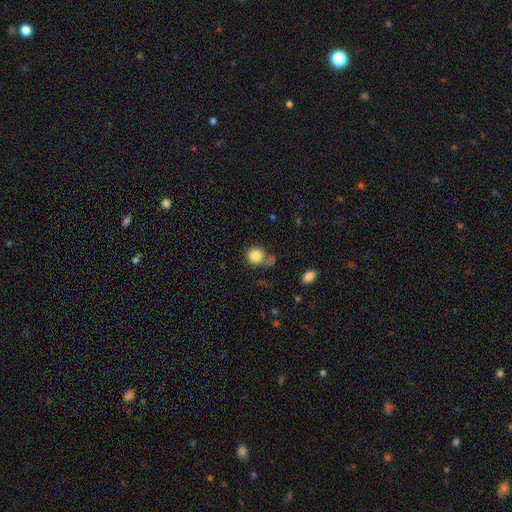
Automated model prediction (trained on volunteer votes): The model was most divided on "merging": none: 61%, minor disturbance: 16%, merger: 15%, major disturbance: 8%. More confident: how rounded — round (87%); smooth or featured — smooth (84%).